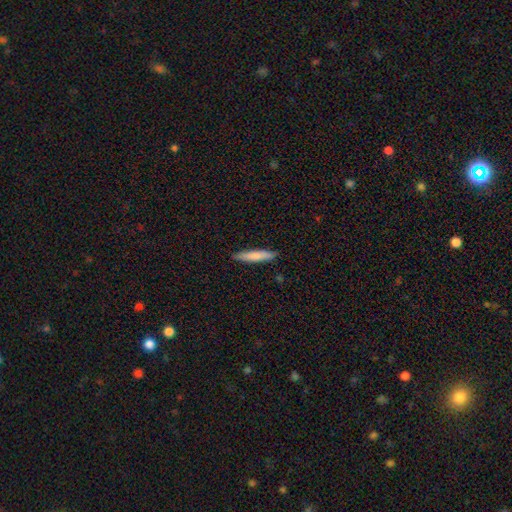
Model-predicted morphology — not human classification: The model was most divided on "smooth or featured": smooth: 77%, featured or disk: 17%, star or artifact: 5%. More confident: how rounded — cigar-shaped (90%); merging — none (90%).